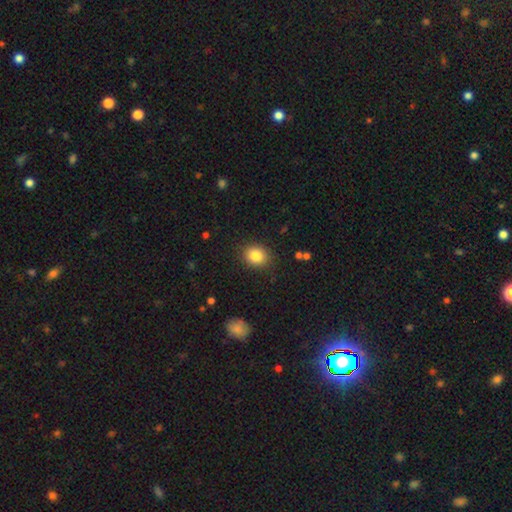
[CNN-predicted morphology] Smooth or featured?
  - smooth: 84% *
  - star or artifact: 10%
  - featured or disk: 6%
How rounded?
  - round: 60% *
  - in between: 40%
  - cigar-shaped: 1%
Merging?
  - none: 87% *
  - minor disturbance: 9%
  - major disturbance: 3%
  - merger: 1%